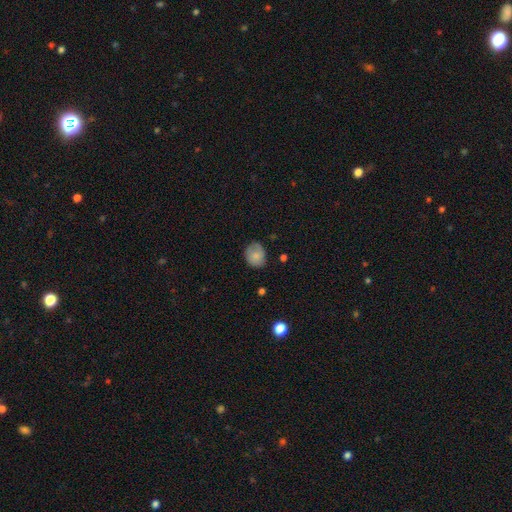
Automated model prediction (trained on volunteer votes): Q: Smooth or featured?
A: smooth (75%); runner-up: featured or disk (17%)
Q: How rounded?
A: round (58%); runner-up: in between (41%)
Q: Merging?
A: none (69%); runner-up: minor disturbance (24%)